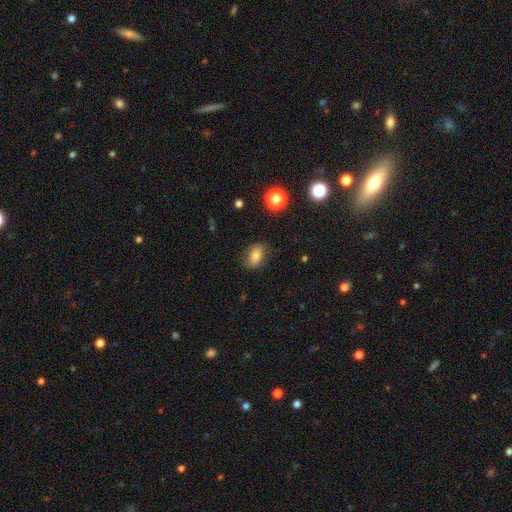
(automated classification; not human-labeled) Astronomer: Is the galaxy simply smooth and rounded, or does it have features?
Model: smooth — 76%.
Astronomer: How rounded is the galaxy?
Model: in between — 83%.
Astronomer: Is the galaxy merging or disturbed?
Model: none — 77%.